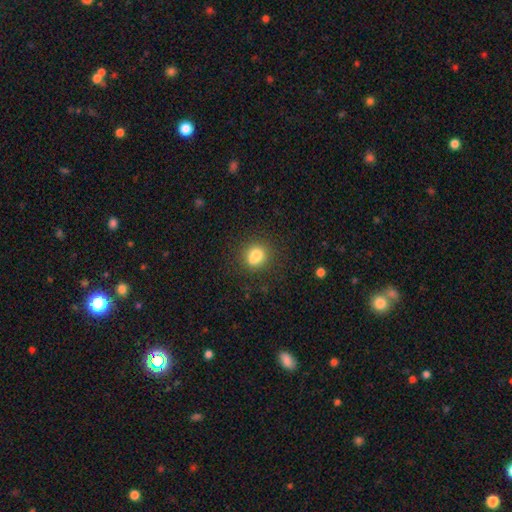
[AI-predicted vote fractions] Smooth or featured? Predicted: smooth (p=0.80). How rounded? Predicted: round (p=0.71). Merging? Predicted: none (p=0.71).